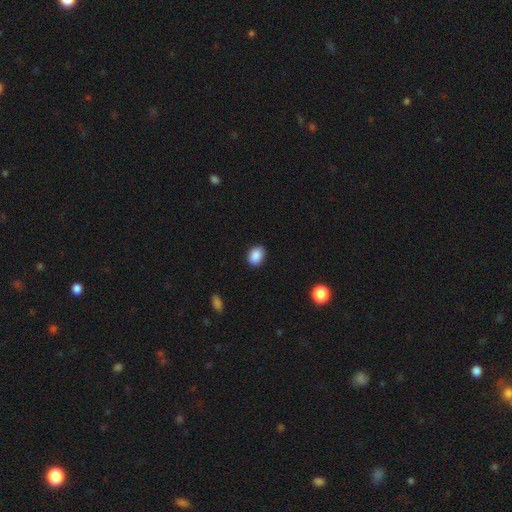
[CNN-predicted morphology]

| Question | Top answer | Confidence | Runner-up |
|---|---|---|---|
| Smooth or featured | smooth | 88% | star or artifact (8%) |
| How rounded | in between | 71% | round (28%) |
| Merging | none | 87% | minor disturbance (10%) |